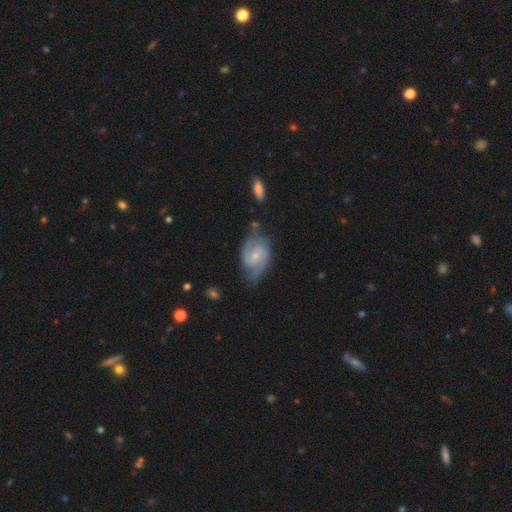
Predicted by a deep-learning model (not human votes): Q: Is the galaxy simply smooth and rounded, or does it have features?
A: featured or disk — 82%.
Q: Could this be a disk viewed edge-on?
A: no — 97%.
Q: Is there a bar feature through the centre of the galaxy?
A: no — 54%.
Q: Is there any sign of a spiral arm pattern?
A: yes — 95%.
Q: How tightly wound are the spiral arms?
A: medium — 49%.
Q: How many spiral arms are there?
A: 2 — 77%.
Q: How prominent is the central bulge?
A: small — 61%.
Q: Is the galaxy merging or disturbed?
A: none — 63%.